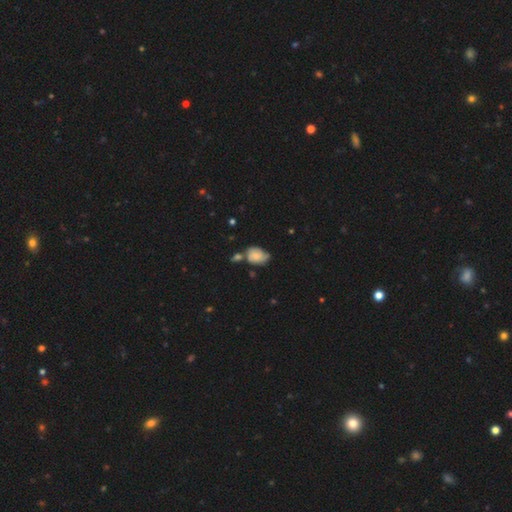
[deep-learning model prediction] Smooth or featured: smooth — 59% (featured or disk — 31%)
How rounded: in between — 70% (round — 28%)
Merging: none — 37% (minor disturbance — 31%)